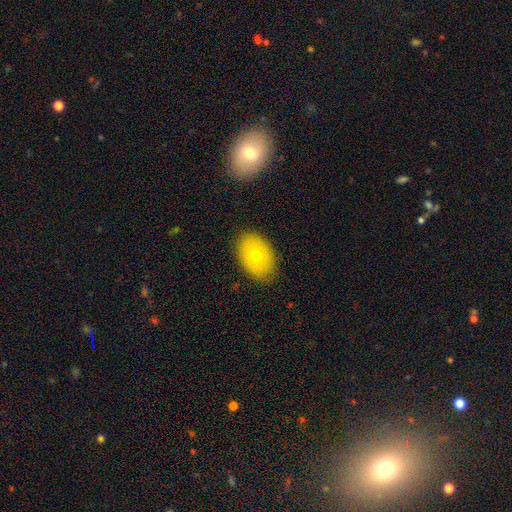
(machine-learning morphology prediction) Smooth or featured? smooth (75%)
How rounded? in between (85%)
Merging? none (85%)